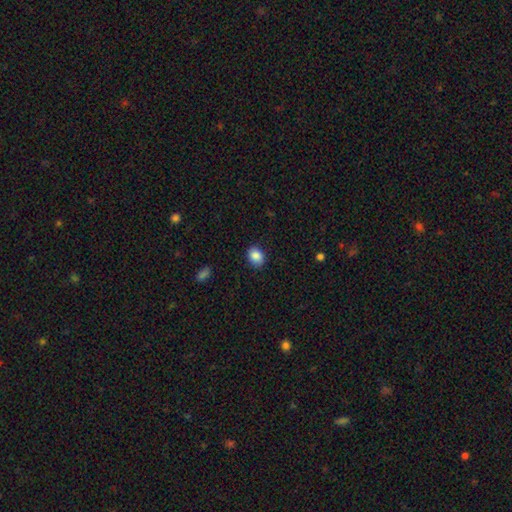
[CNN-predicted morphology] The model was most divided on "how rounded": in between: 56%, round: 43%, cigar-shaped: 1%. More confident: smooth or featured — smooth (87%); merging — none (87%).